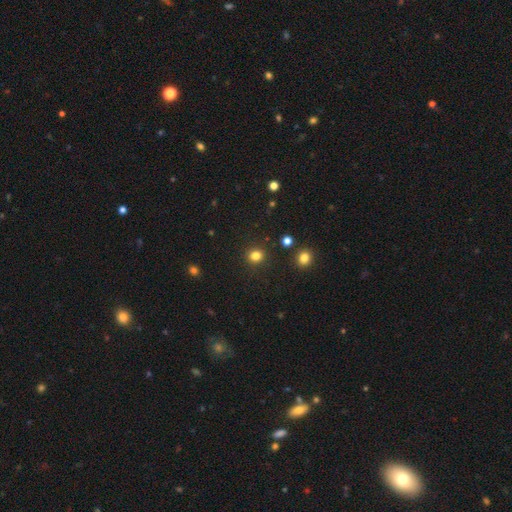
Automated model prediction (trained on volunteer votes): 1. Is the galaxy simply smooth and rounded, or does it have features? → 82% smooth, 13% star or artifact, 5% featured or disk.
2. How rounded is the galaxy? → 79% round, 20% in between, 1% cigar-shaped.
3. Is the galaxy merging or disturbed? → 89% none, 6% minor disturbance, 2% major disturbance, 2% merger.